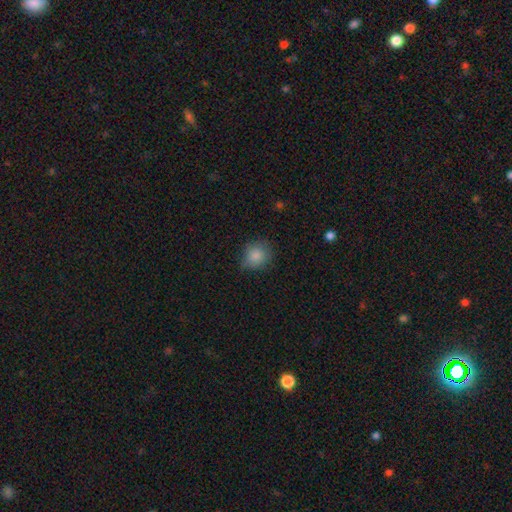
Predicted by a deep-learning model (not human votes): This appears to be a smooth galaxy with no disk features (85%) that is round (81%). Merging: none (71%).